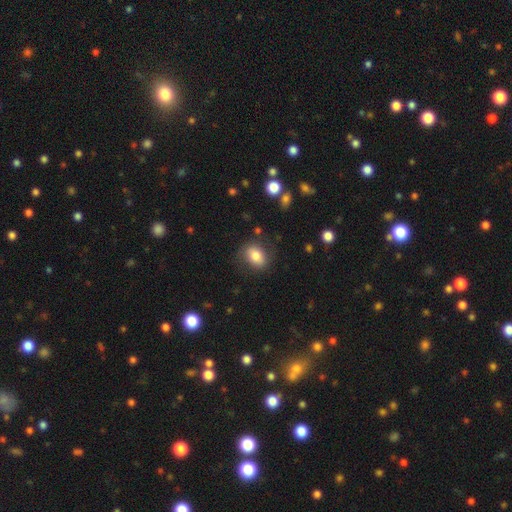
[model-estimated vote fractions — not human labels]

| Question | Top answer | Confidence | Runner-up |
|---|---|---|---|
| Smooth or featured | smooth | 77% | featured or disk (14%) |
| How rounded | in between | 68% | round (31%) |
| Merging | none | 76% | minor disturbance (16%) |